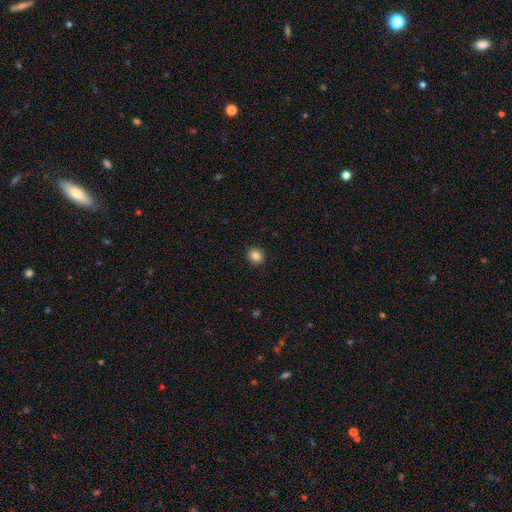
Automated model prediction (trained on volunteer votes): Morphology: type=smooth (85%); roundness=round (83%); merging=none (92%).